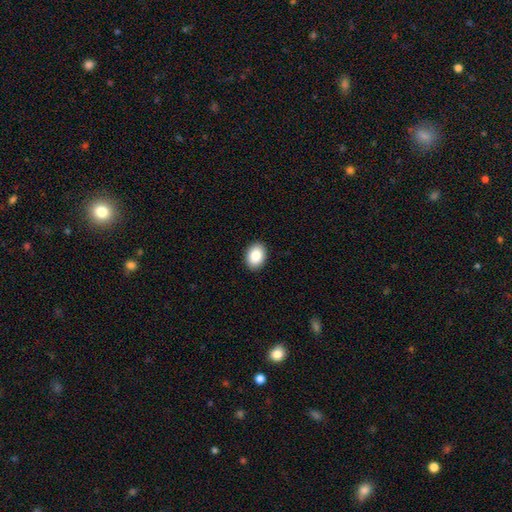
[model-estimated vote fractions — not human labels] smooth_or_featured: smooth (p=0.88) [alt: star or artifact p=0.07]
how_rounded: in between (p=0.77) [alt: round p=0.22]
merging: none (p=0.91) [alt: minor disturbance p=0.06]